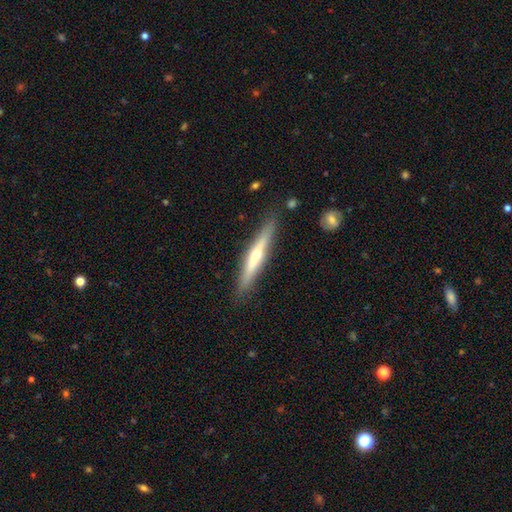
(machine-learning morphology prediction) Smooth or featured? Predicted: featured or disk (p=0.59). Edge-on disk? Predicted: yes (p=0.95). Edge-on bulge? Predicted: rounded (p=0.77). Merging? Predicted: none (p=0.88).